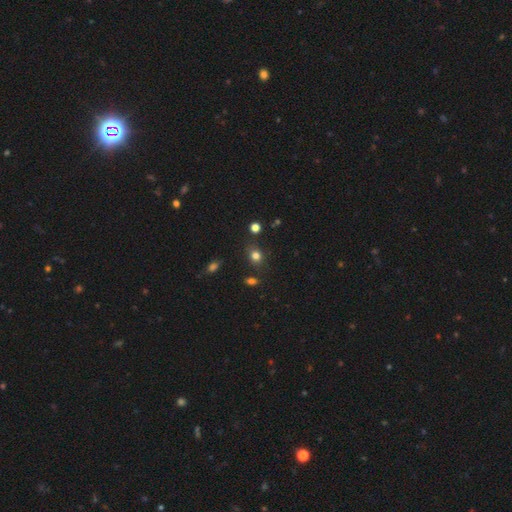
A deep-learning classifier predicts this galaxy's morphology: smooth 78%, star or artifact 15%, featured or disk 7%. Down the decision tree: how rounded — round (63%); merging — none (80%).